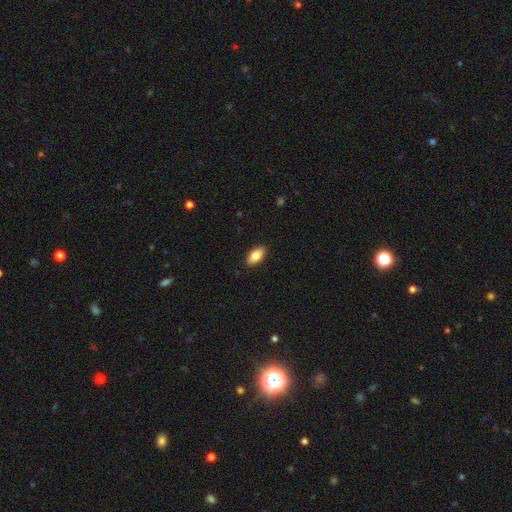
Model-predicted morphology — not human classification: This appears to be a smooth galaxy with no disk features (82%) that is in between round and cigar-shaped (91%). Merging: none (89%).